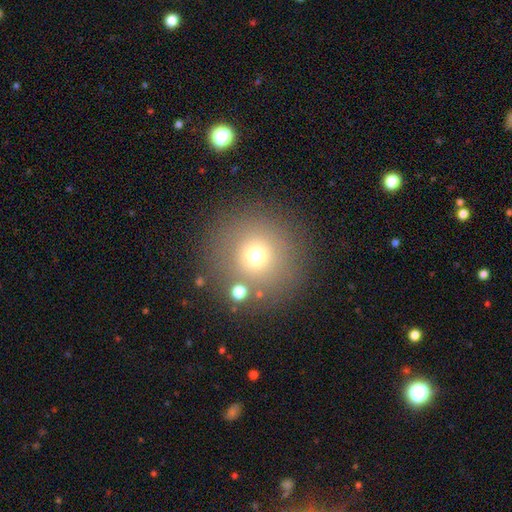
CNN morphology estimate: Smooth or featured?
  - smooth: 68% *
  - star or artifact: 21%
  - featured or disk: 12%
How rounded?
  - round: 93% *
  - in between: 6%
  - cigar-shaped: 1%
Merging?
  - none: 80% *
  - minor disturbance: 9%
  - merger: 6%
  - major disturbance: 5%